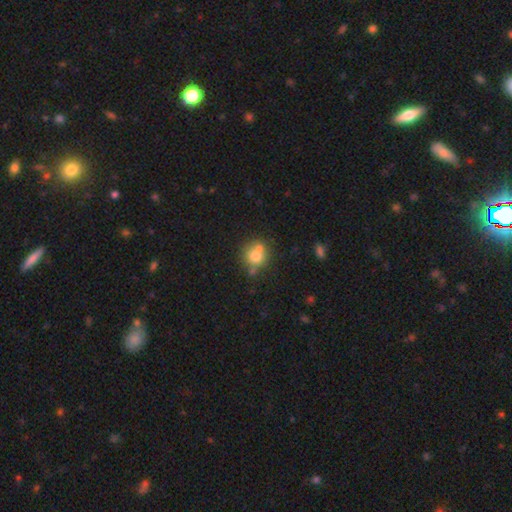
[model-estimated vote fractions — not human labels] Smooth or featured?
  - smooth: 71% *
  - featured or disk: 18%
  - star or artifact: 11%
How rounded?
  - round: 79% *
  - in between: 20%
  - cigar-shaped: 1%
Merging?
  - none: 53% *
  - merger: 27%
  - minor disturbance: 15%
  - major disturbance: 5%